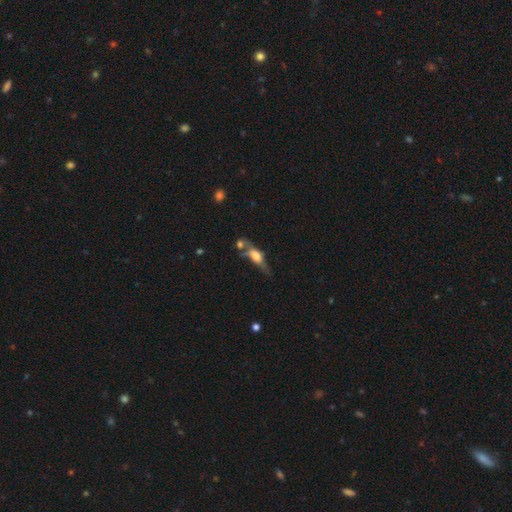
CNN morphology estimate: A featured or disk galaxy (50%). Merging: none (32%).